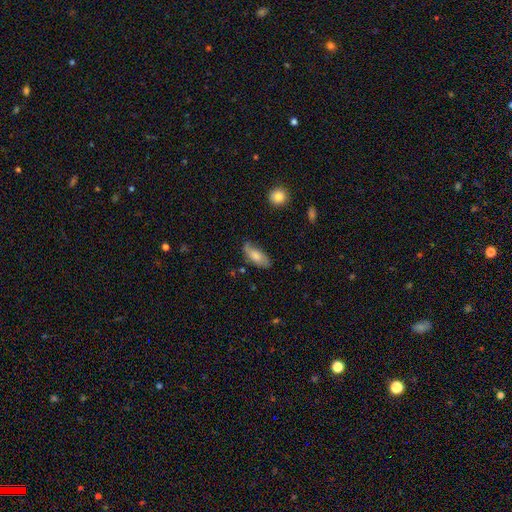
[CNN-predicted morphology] This is likely a smooth galaxy (71%). How rounded: clearly in between (83%). Merging: likely none (62%).